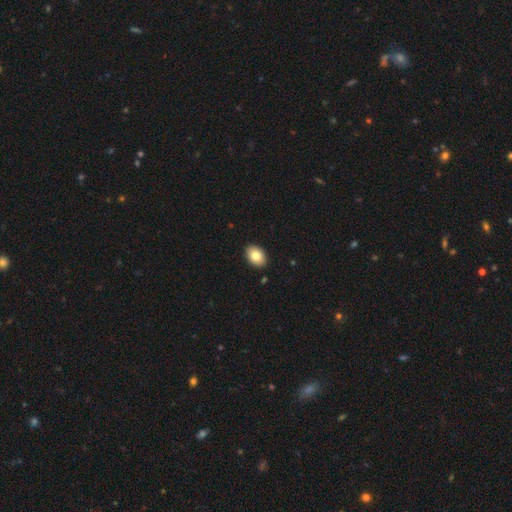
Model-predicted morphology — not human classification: This appears to be a smooth galaxy with no disk features (82%) that is in between round and cigar-shaped (83%). Merging: none (91%).